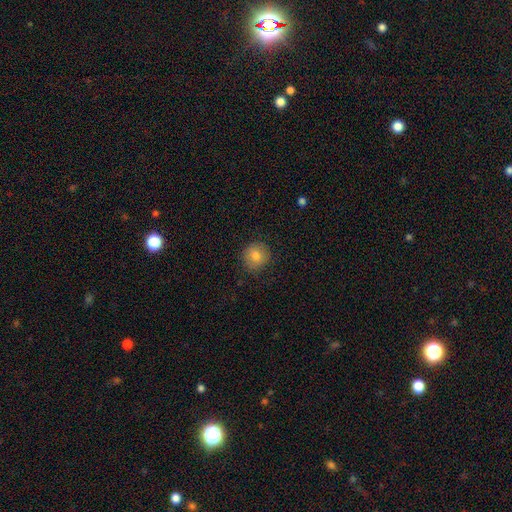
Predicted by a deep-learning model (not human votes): The model was most divided on "smooth or featured": smooth: 80%, featured or disk: 10%, star or artifact: 10%. More confident: how rounded — round (87%); merging — none (85%).